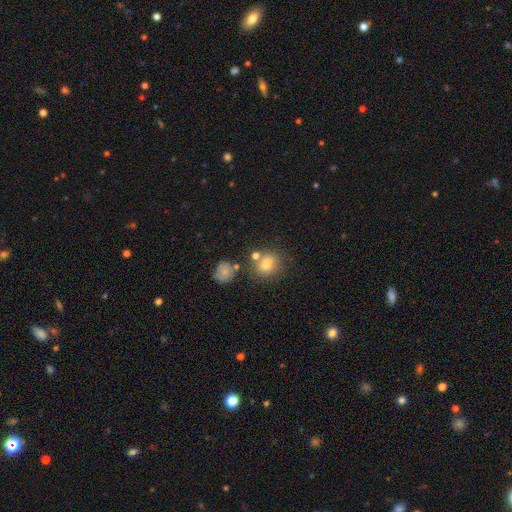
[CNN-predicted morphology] The model was most divided on "merging": none: 66%, merger: 16%, minor disturbance: 13%, major disturbance: 5%. More confident: how rounded — round (76%); smooth or featured — smooth (73%).